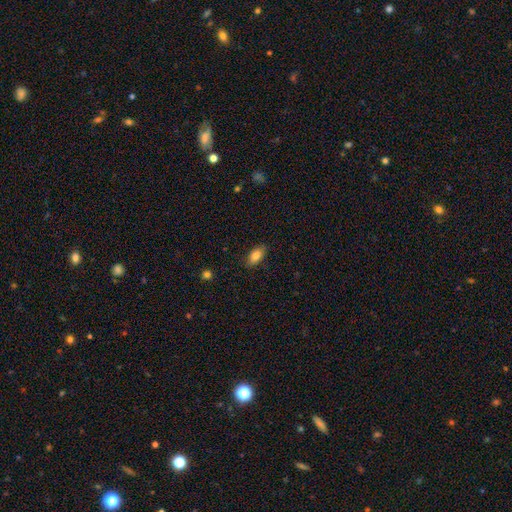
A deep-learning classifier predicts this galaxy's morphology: Smooth or featured? smooth (82%)
How rounded? in between (89%)
Merging? none (85%)